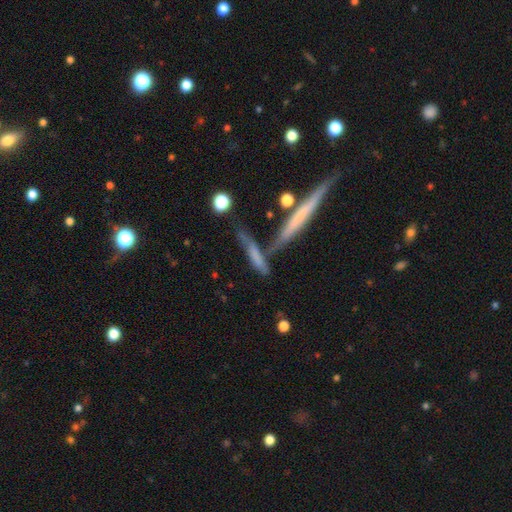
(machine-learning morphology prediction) Smooth or featured: smooth — 56% (featured or disk — 34%)
How rounded: cigar-shaped — 81% (in between — 15%)
Merging: none — 45% (merger — 27%)